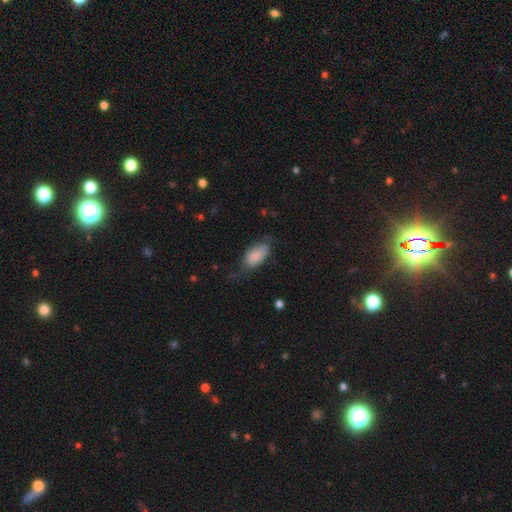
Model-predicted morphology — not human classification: smooth 79%, featured or disk 15%, star or artifact 7%. Down the decision tree: how rounded — in between (93%); merging — none (49%).